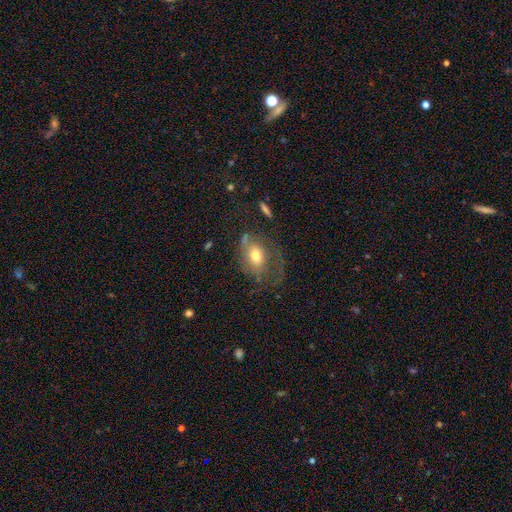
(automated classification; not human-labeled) Smooth or featured? Predicted: featured or disk (p=0.50). Edge-on disk? Predicted: no (p=0.94). Merging? Predicted: none (p=0.39).